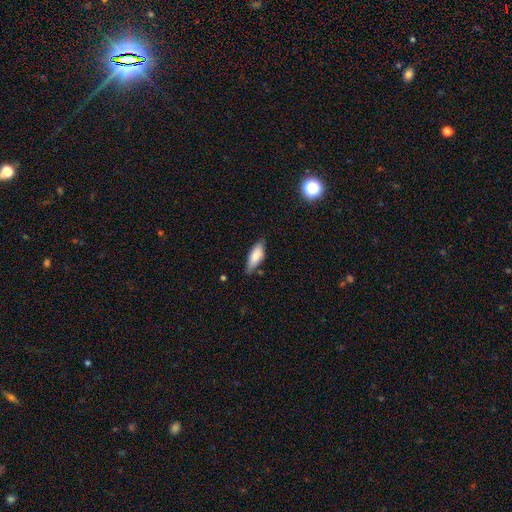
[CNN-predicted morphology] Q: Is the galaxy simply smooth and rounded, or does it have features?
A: smooth — 80%.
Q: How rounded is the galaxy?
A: in between — 70%.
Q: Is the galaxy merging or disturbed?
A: none — 72%.